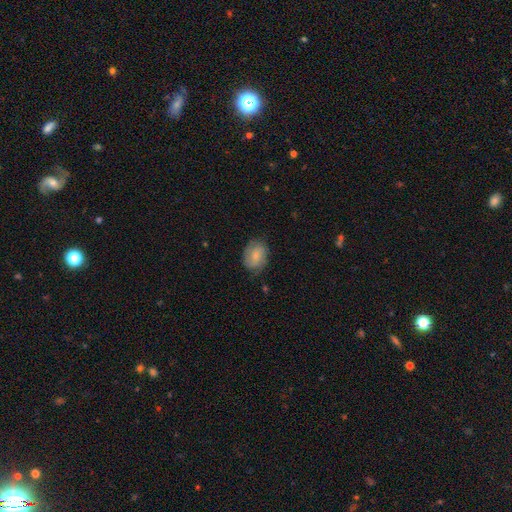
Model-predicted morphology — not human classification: Smooth or featured? smooth (67%)
How rounded? in between (65%)
Merging? none (71%)